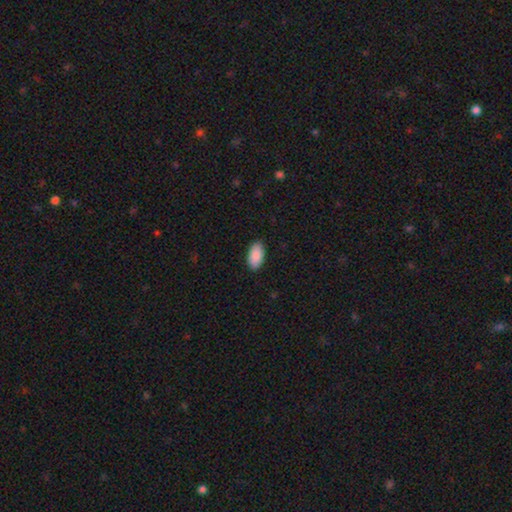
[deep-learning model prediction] Smooth or featured? smooth (91%)
How rounded? in between (95%)
Merging? none (89%)